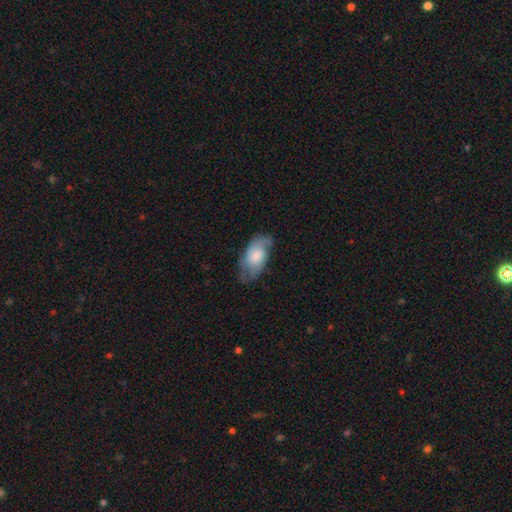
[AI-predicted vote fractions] Q: Smooth or featured?
A: smooth (52%); runner-up: featured or disk (41%)
Q: How rounded?
A: in between (93%); runner-up: round (4%)
Q: Merging?
A: none (58%); runner-up: minor disturbance (28%)